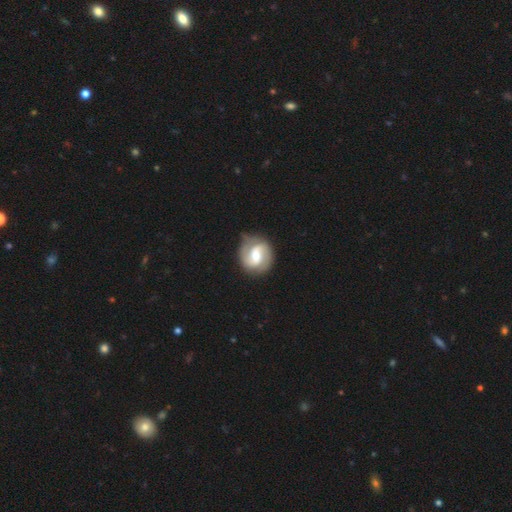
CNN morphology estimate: Q: Smooth or featured?
A: featured or disk (77%); runner-up: smooth (18%)
Q: Edge-on disk?
A: no (98%); runner-up: yes (2%)
Q: Bar?
A: weak (49%); runner-up: no (26%)
Q: Spiral arms?
A: yes (93%); runner-up: no (7%)
Q: Spiral winding?
A: medium (47%); runner-up: tight (32%)
Q: Spiral arm count?
A: 2 (88%); runner-up: can't tell (6%)
Q: Bulge size?
A: moderate (59%); runner-up: small (31%)
Q: Merging?
A: none (76%); runner-up: minor disturbance (17%)